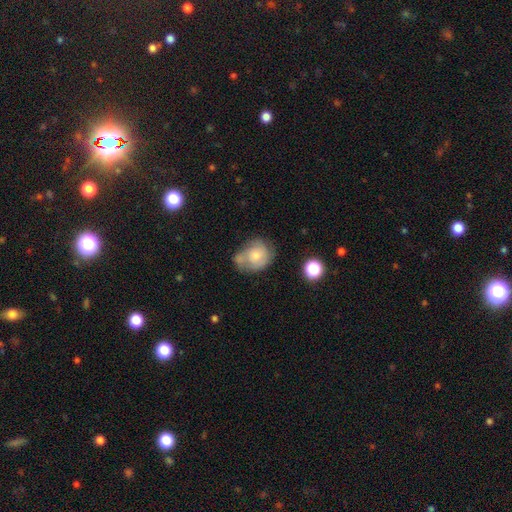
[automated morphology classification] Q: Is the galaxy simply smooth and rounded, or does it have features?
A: smooth — 62%.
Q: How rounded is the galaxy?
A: round — 61%.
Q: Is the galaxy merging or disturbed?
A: none — 37%.